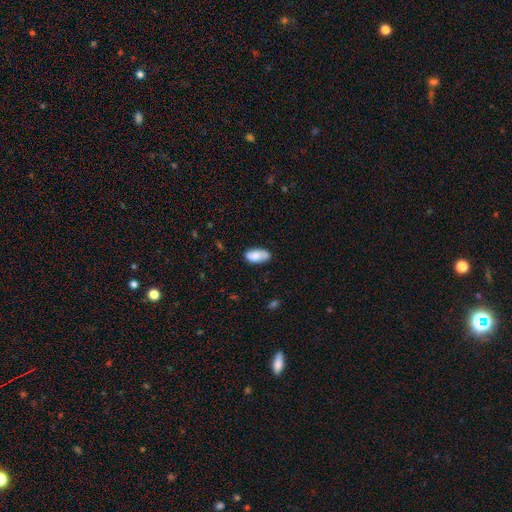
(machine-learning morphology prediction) Q: Smooth or featured?
A: smooth (81%); runner-up: featured or disk (13%)
Q: How rounded?
A: in between (91%); runner-up: cigar-shaped (7%)
Q: Merging?
A: none (70%); runner-up: minor disturbance (22%)